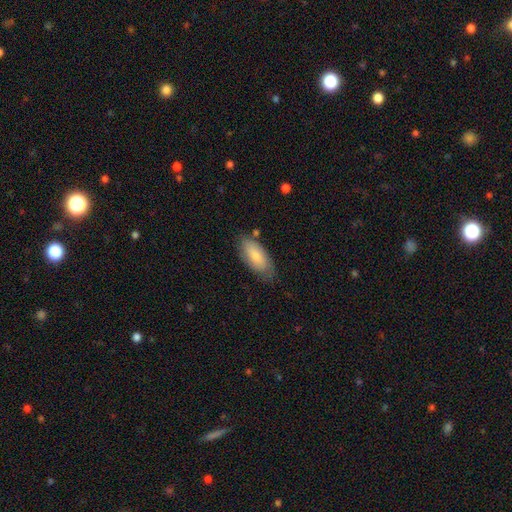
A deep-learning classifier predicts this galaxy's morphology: Q: Smooth or featured?
A: smooth (77%); runner-up: featured or disk (17%)
Q: How rounded?
A: in between (89%); runner-up: cigar-shaped (9%)
Q: Merging?
A: none (70%); runner-up: minor disturbance (22%)